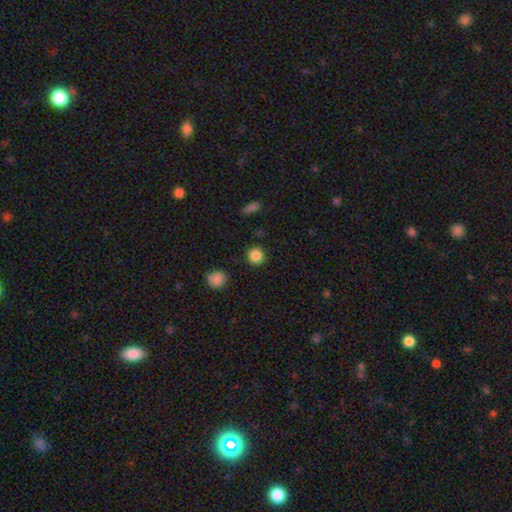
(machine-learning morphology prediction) Q: Smooth or featured?
A: smooth (85%); runner-up: star or artifact (10%)
Q: How rounded?
A: round (93%); runner-up: in between (6%)
Q: Merging?
A: none (90%); runner-up: minor disturbance (6%)